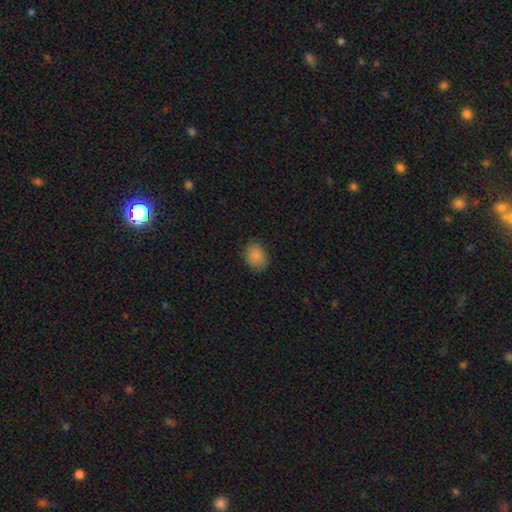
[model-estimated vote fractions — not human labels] smooth_or_featured: smooth (p=0.87) [alt: star or artifact p=0.08]
how_rounded: in between (p=0.53) [alt: round p=0.47]
merging: none (p=0.82) [alt: minor disturbance p=0.14]